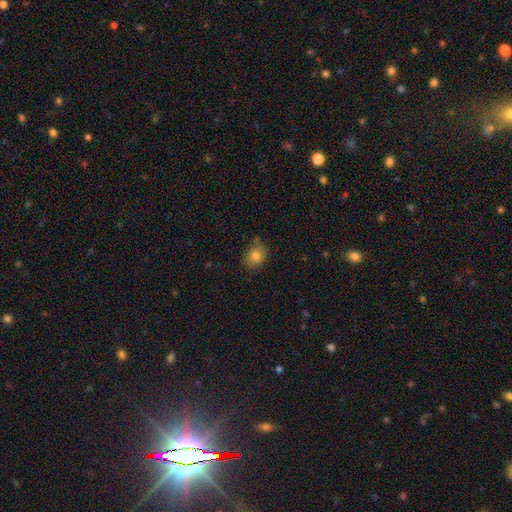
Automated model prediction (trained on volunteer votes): This appears to be a smooth galaxy with no disk features (80%) that is round (63%). Merging: none (71%).